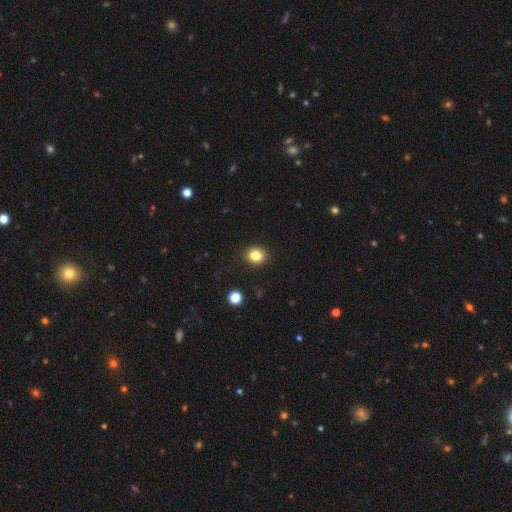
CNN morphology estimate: Smooth or featured: smooth — 82% (star or artifact — 12%)
How rounded: round — 71% (in between — 28%)
Merging: none — 91% (minor disturbance — 6%)